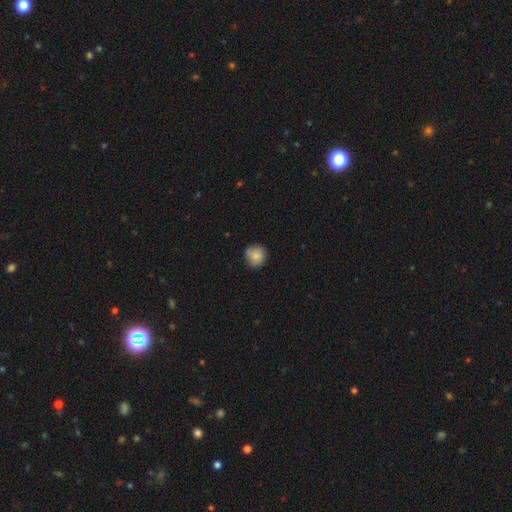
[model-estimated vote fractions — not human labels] Smooth or featured?
  - smooth: 82% *
  - featured or disk: 10%
  - star or artifact: 8%
How rounded?
  - round: 90% *
  - in between: 9%
  - cigar-shaped: 1%
Merging?
  - none: 78% *
  - minor disturbance: 18%
  - major disturbance: 3%
  - merger: 1%